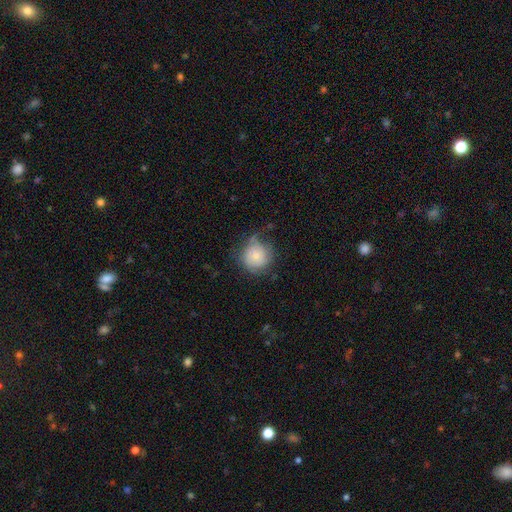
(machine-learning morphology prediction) smooth 74%, featured or disk 18%, star or artifact 8%. Down the decision tree: how rounded — round (88%); merging — none (53%).